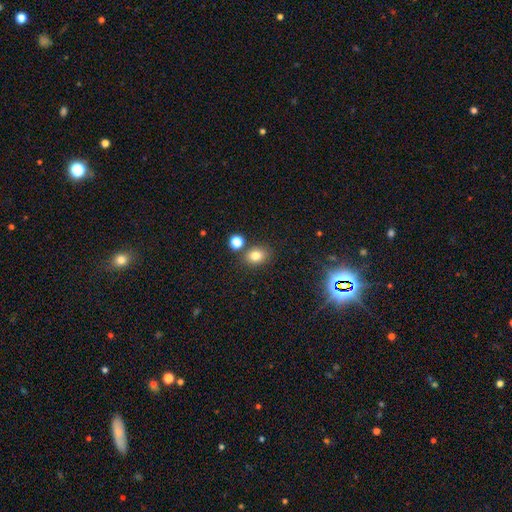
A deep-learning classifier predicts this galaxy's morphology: A smooth galaxy with no disk features (80%) that is in between round and cigar-shaped (56%). Merging: none (77%).